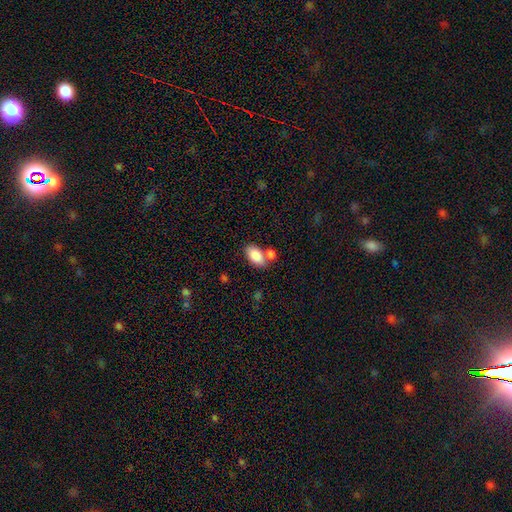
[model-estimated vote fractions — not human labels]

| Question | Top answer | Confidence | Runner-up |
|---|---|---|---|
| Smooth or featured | smooth | 87% | featured or disk (7%) |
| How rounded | in between | 94% | round (4%) |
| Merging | none | 55% | merger (29%) |